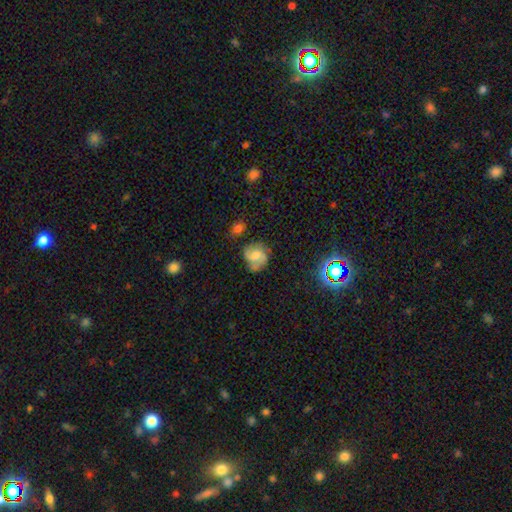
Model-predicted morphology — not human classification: Overall: featured or disk (53%; smooth 37%). Edge-on disk: no (97%). Bar: no (54%; weak 38%). Spiral arms: yes (82%). Bulge size: moderate (50%; small 29%). Merging: none (55%; minor disturbance 27%).